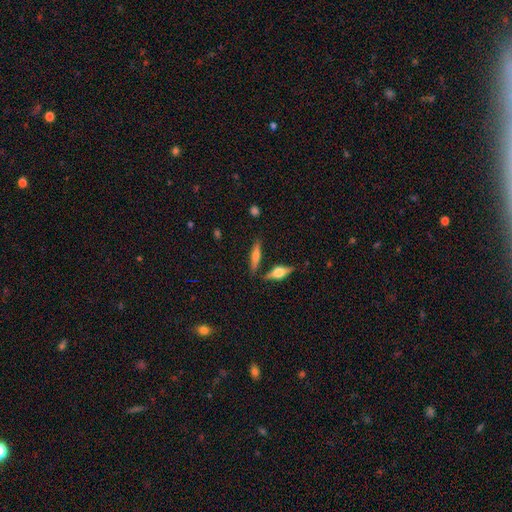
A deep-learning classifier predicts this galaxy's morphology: Smooth or featured: smooth — 52% (featured or disk — 41%)
How rounded: cigar-shaped — 75% (in between — 22%)
Merging: none — 77% (minor disturbance — 11%)